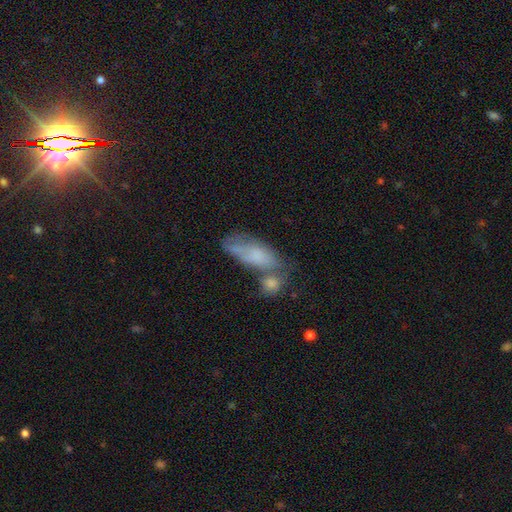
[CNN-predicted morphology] Overall: smooth (62%; featured or disk 28%). How rounded: in between (75%). Merging: merger (36%; none 29%).